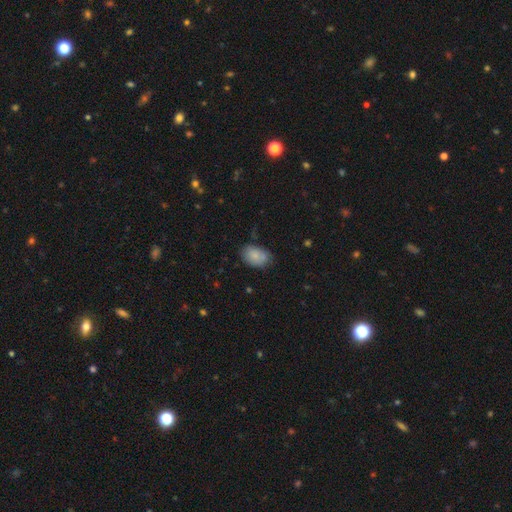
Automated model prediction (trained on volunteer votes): Smooth or featured?
  - smooth: 84% *
  - featured or disk: 9%
  - star or artifact: 7%
How rounded?
  - in between: 85% *
  - round: 13%
  - cigar-shaped: 1%
Merging?
  - none: 70% *
  - minor disturbance: 23%
  - major disturbance: 5%
  - merger: 2%